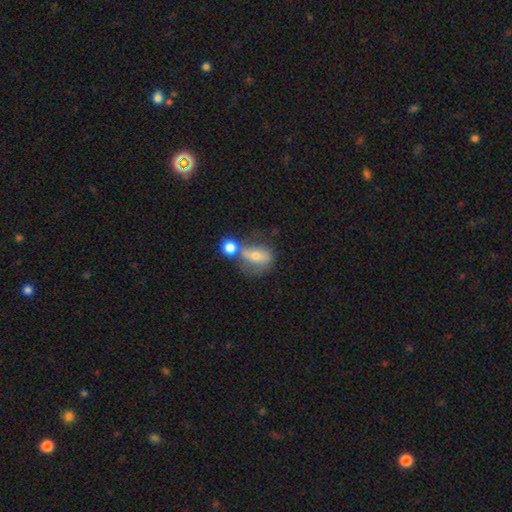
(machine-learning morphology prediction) This appears to be a smooth galaxy with no disk features (52%) that is in between round and cigar-shaped (57%). Merging: merger (41%).